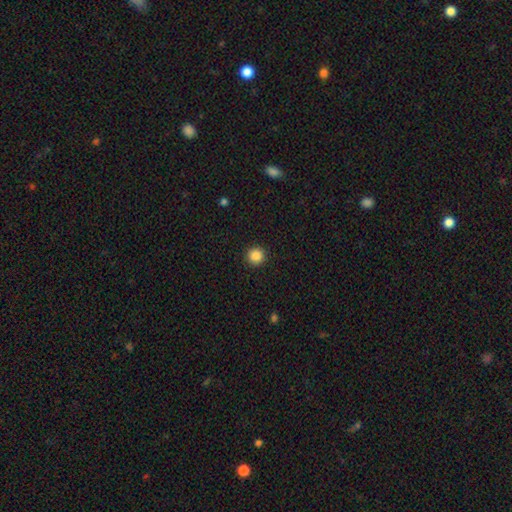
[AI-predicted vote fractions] This is clearly a smooth galaxy (87%). How rounded: clearly round (95%). Merging: clearly none (93%).